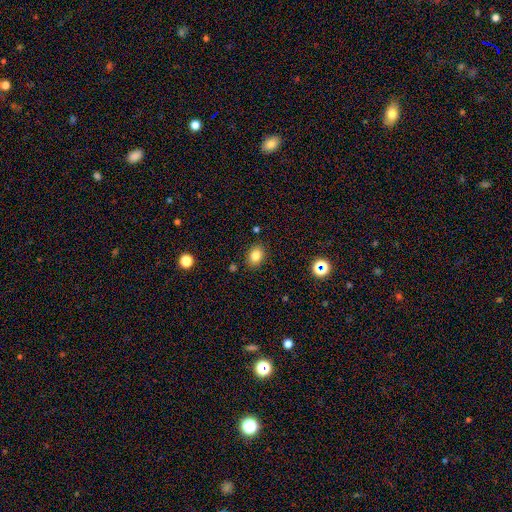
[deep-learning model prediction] smooth 82%, star or artifact 11%, featured or disk 7%. Down the decision tree: how rounded — in between (67%); merging — none (86%).